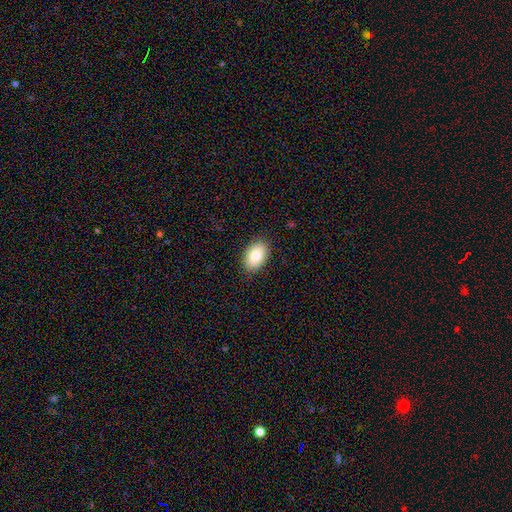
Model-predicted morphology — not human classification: Smooth or featured? smooth (83%)
How rounded? in between (91%)
Merging? none (87%)